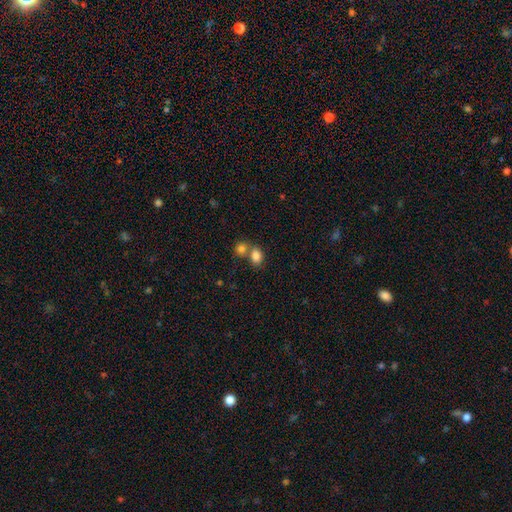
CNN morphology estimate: A smooth galaxy with no disk features (83%) that is in between round and cigar-shaped (65%). Merging: merger (48%).